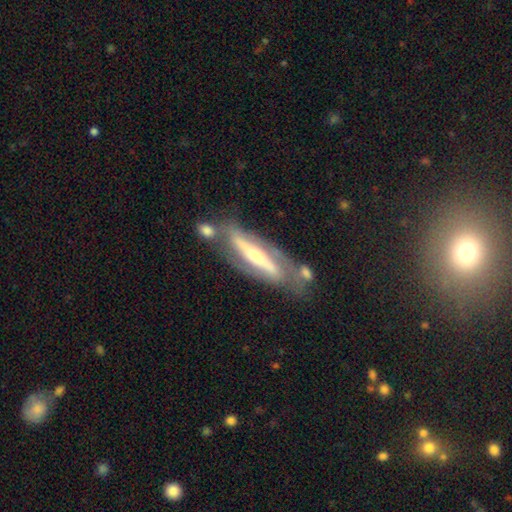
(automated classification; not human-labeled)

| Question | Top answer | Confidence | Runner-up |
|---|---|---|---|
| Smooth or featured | featured or disk | 77% | smooth (18%) |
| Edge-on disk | no | 56% | yes (44%) |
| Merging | none | 60% | minor disturbance (19%) |